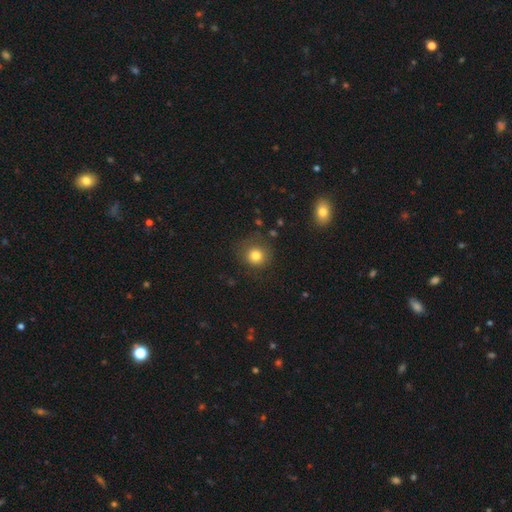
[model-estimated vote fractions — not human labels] Q: Smooth or featured?
A: smooth (80%); runner-up: star or artifact (12%)
Q: How rounded?
A: round (89%); runner-up: in between (10%)
Q: Merging?
A: none (79%); runner-up: minor disturbance (13%)